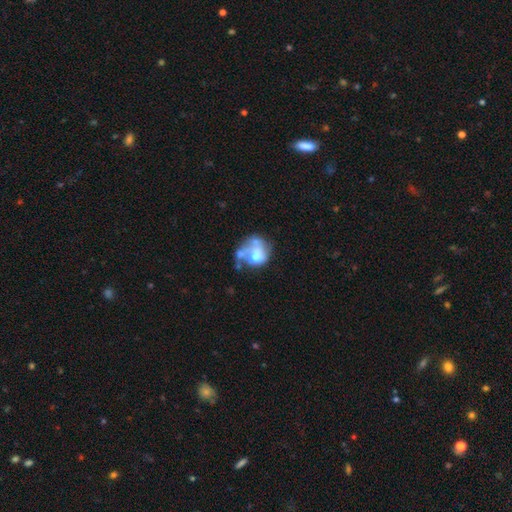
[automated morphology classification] This appears to be a smooth galaxy with no disk features (45%, tied with featured or disk). Merging: merger (32%).